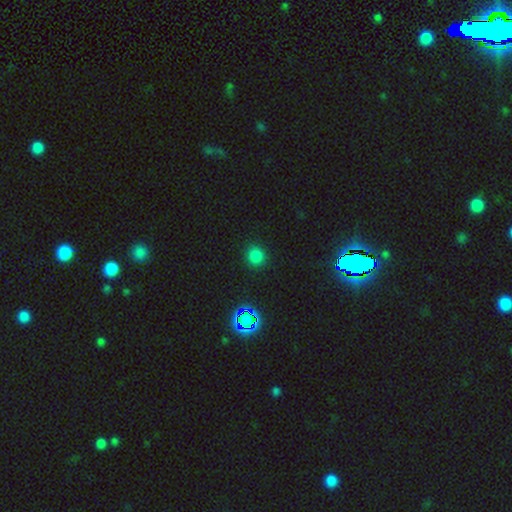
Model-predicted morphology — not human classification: Q: Smooth or featured?
A: smooth (78%); runner-up: star or artifact (18%)
Q: How rounded?
A: round (90%); runner-up: in between (9%)
Q: Merging?
A: none (90%); runner-up: minor disturbance (6%)